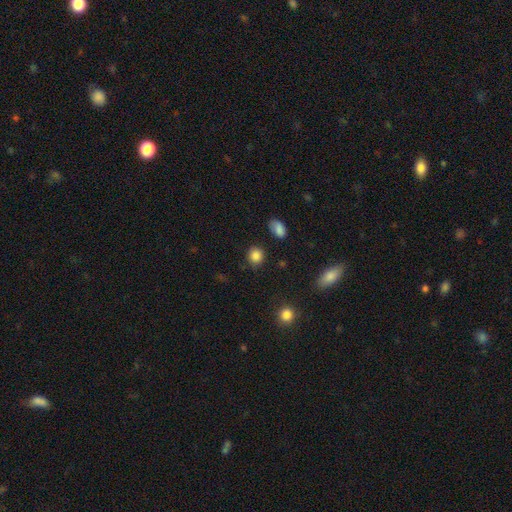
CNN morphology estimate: Smooth or featured: smooth — 86% (star or artifact — 10%)
How rounded: round — 83% (in between — 16%)
Merging: none — 84% (minor disturbance — 10%)